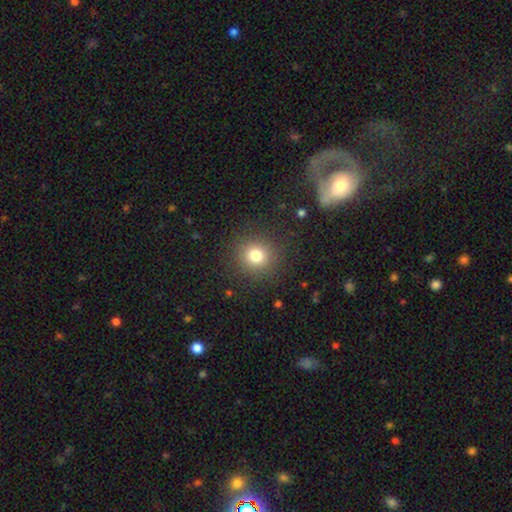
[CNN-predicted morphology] Smooth or featured?
  - smooth: 77% *
  - star or artifact: 15%
  - featured or disk: 8%
How rounded?
  - round: 90% *
  - in between: 9%
  - cigar-shaped: 1%
Merging?
  - none: 89% *
  - minor disturbance: 6%
  - major disturbance: 3%
  - merger: 1%